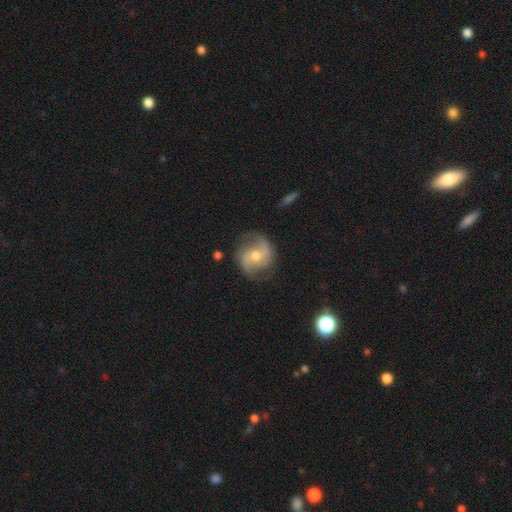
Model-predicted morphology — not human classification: Smooth or featured?
  - featured or disk: 83% *
  - smooth: 10%
  - star or artifact: 6%
Edge-on disk?
  - no: 97% *
  - yes: 3%
Bar?
  - no: 51% *
  - weak: 37%
  - strong: 12%
Spiral arms?
  - yes: 96% *
  - no: 4%
Spiral winding?
  - medium: 50% *
  - loose: 27%
  - tight: 23%
Spiral arm count?
  - 2: 84% *
  - can't tell: 6%
  - 3: 6%
  - 1: 2%
  - 4: 2%
  - more than 4: 2%
Bulge size?
  - moderate: 64% *
  - small: 30%
  - large: 3%
  - none: 1%
  - dominant: 1%
Merging?
  - none: 77% *
  - minor disturbance: 16%
  - major disturbance: 6%
  - merger: 1%